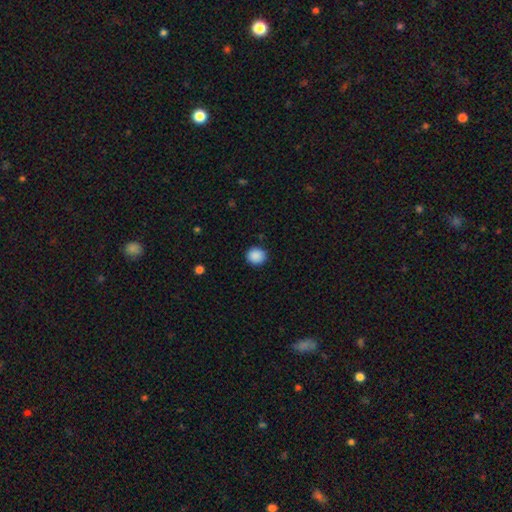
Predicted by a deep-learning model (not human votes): Smooth or featured?
  - smooth: 89% *
  - star or artifact: 8%
  - featured or disk: 3%
How rounded?
  - round: 86% *
  - in between: 13%
  - cigar-shaped: 1%
Merging?
  - none: 89% *
  - minor disturbance: 7%
  - major disturbance: 2%
  - merger: 1%